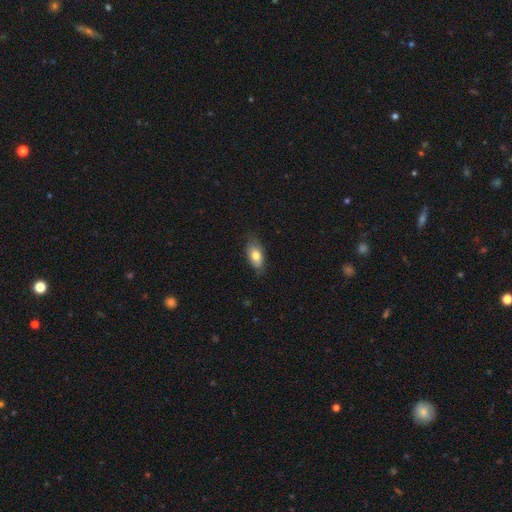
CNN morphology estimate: Q: Smooth or featured?
A: smooth (77%); runner-up: featured or disk (17%)
Q: How rounded?
A: in between (89%); runner-up: cigar-shaped (6%)
Q: Merging?
A: none (75%); runner-up: minor disturbance (20%)